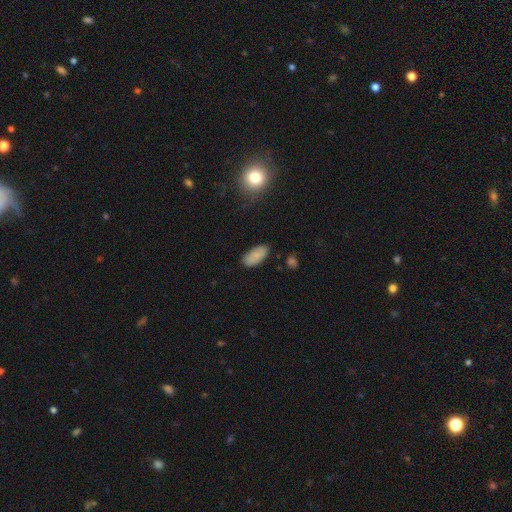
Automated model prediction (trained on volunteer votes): A smooth galaxy with no disk features (83%) that is in between round and cigar-shaped (93%).

Vote fractions:
- Smooth or featured? smooth: 83% / featured or disk: 8% / star or artifact: 8%
- How rounded? in between: 93% / cigar-shaped: 5% / round: 2%
- Merging? none: 82% / minor disturbance: 13% / major disturbance: 3% / merger: 2%